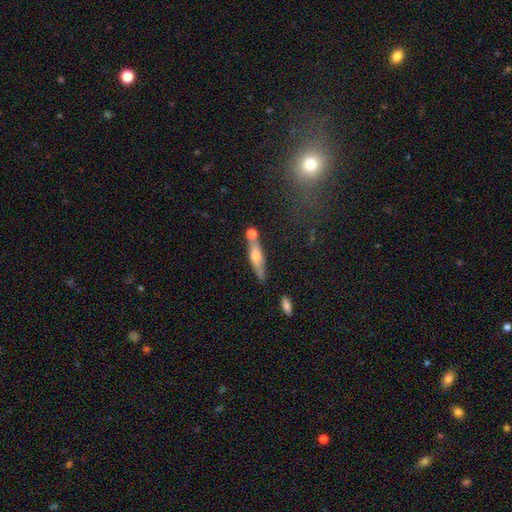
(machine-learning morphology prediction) type=smooth (51%); roundness=cigar-shaped (77%); merging=none (65%).